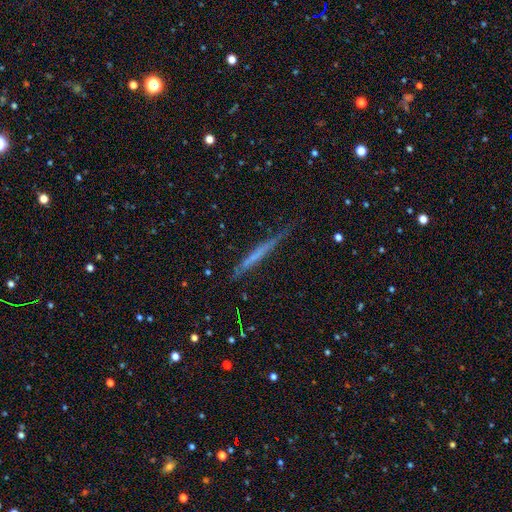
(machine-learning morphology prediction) This is possibly a featured or disk galaxy (48%). Merging: likely none (77%).